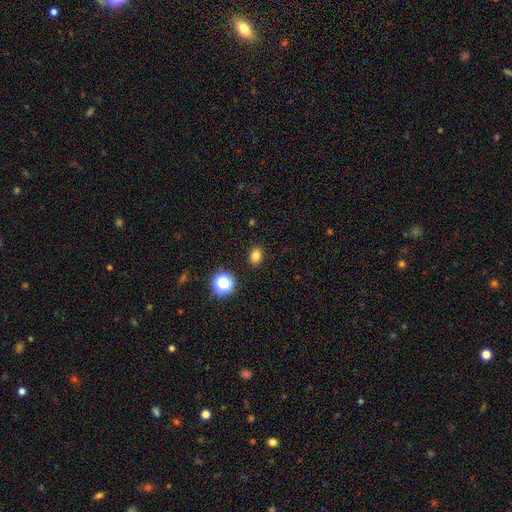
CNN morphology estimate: smooth_or_featured: smooth (p=0.79) [alt: star or artifact p=0.15]
how_rounded: in between (p=0.64) [alt: round p=0.35]
merging: none (p=0.89) [alt: minor disturbance p=0.08]